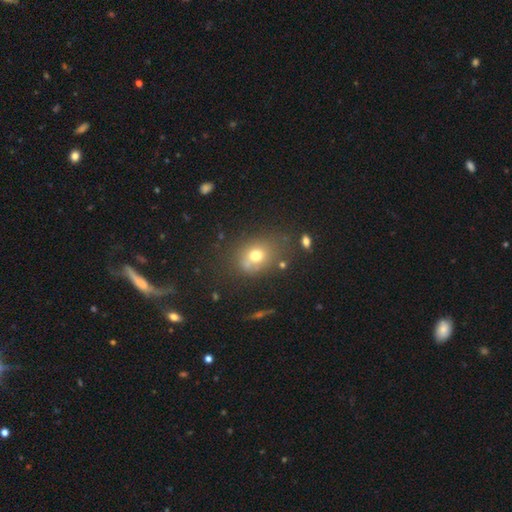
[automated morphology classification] Q: Smooth or featured?
A: smooth (69%); runner-up: featured or disk (15%)
Q: How rounded?
A: round (55%); runner-up: in between (44%)
Q: Merging?
A: none (64%); runner-up: minor disturbance (18%)